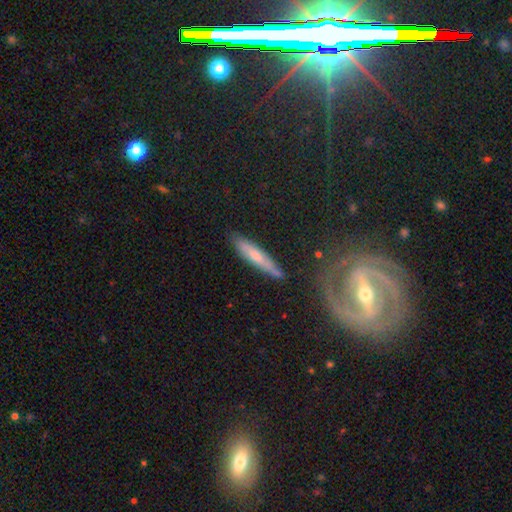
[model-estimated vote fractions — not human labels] Smooth or featured? Predicted: smooth (p=0.55). How rounded? Predicted: cigar-shaped (p=0.87). Merging? Predicted: none (p=0.79).